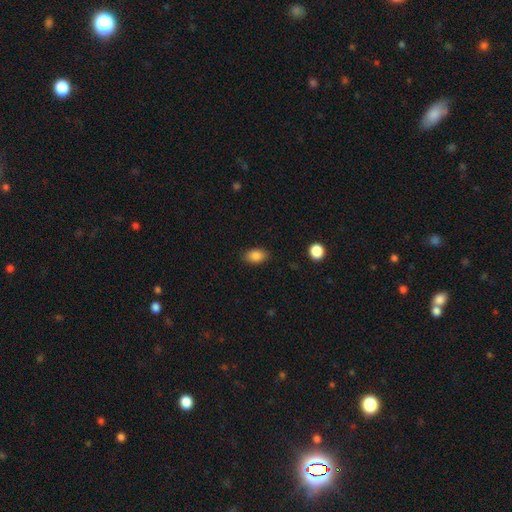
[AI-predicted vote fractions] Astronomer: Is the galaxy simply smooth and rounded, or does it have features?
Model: smooth — 86%.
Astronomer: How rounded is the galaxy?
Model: in between — 87%.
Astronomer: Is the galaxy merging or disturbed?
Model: none — 86%.